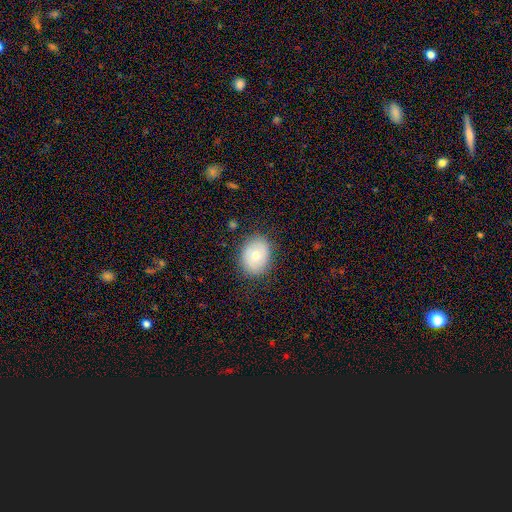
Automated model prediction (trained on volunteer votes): Overall: smooth (68%). How rounded: round (50%; in between 49%). Merging: none (83%).